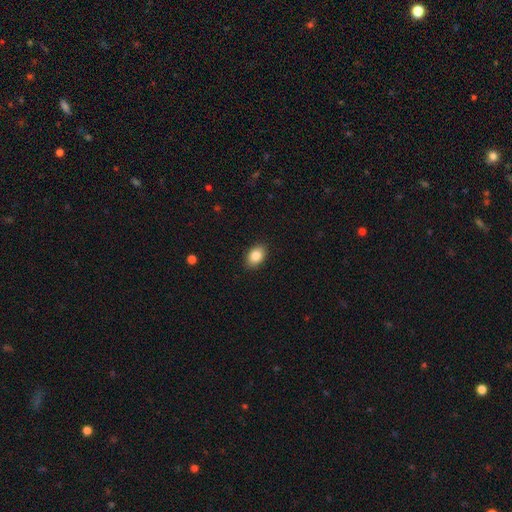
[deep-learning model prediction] Smooth or featured: smooth — 86% (star or artifact — 8%)
How rounded: in between — 85% (round — 14%)
Merging: none — 89% (minor disturbance — 8%)